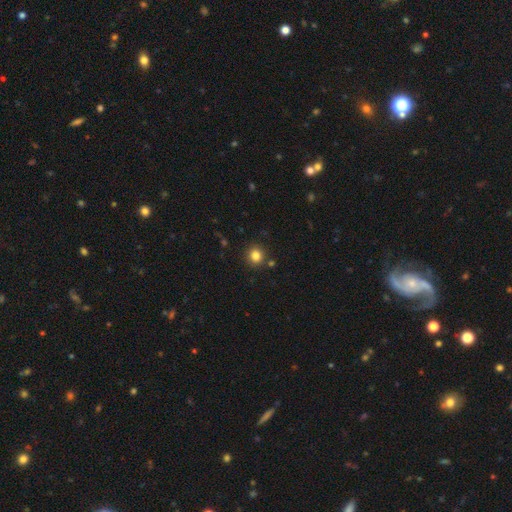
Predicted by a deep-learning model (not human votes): smooth-or-featured: smooth: 82% | star or artifact: 12% | featured or disk: 5%
  how-rounded: round: 91% | in between: 8% | cigar-shaped: 1%
  merging: none: 88% | minor disturbance: 7% | merger: 4% | major disturbance: 2%